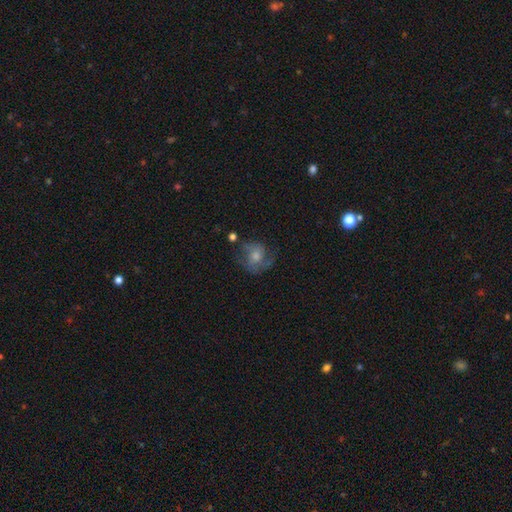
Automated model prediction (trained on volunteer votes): The model was most divided on "smooth or featured": featured or disk: 55%, smooth: 35%, star or artifact: 9%. More confident: edge-on disk — no (97%); spiral arms — yes (82%); bar — no (70%); merging — none (53%); bulge size — moderate (52%).